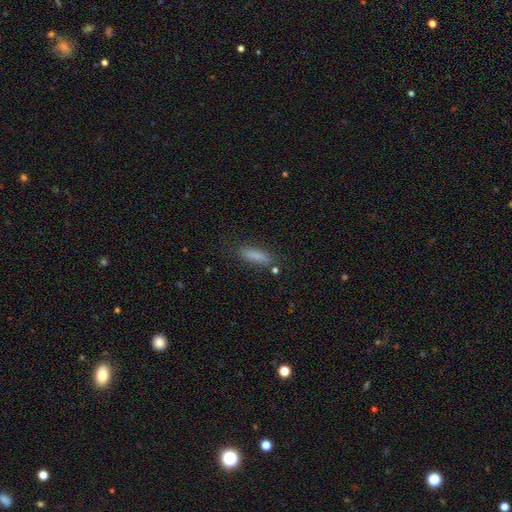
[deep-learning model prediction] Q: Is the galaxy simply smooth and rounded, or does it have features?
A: smooth — 81%.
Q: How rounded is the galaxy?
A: cigar-shaped — 70%.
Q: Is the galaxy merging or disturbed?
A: none — 79%.